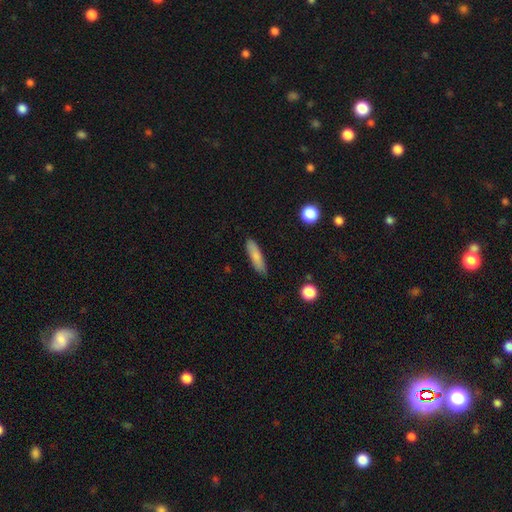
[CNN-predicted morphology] smooth_or_featured: smooth (p=0.80) [alt: featured or disk p=0.13]
how_rounded: cigar-shaped (p=0.75) [alt: in between p=0.23]
merging: none (p=0.84) [alt: minor disturbance p=0.12]